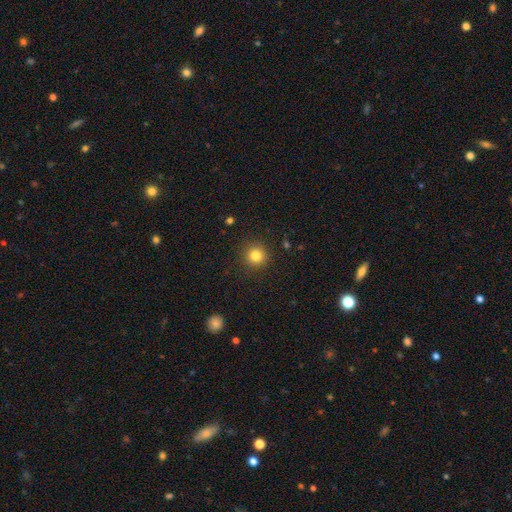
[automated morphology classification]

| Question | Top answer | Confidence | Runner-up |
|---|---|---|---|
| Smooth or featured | smooth | 83% | star or artifact (12%) |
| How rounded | round | 94% | in between (5%) |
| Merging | none | 91% | minor disturbance (6%) |